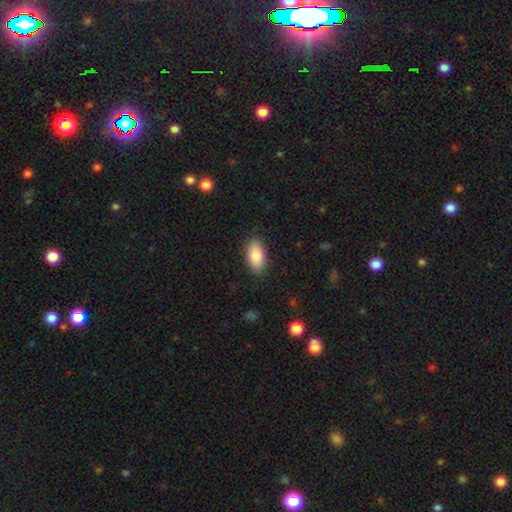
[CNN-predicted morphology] smooth-or-featured: smooth: 87% | star or artifact: 6% | featured or disk: 6%
  how-rounded: in between: 93% | cigar-shaped: 4% | round: 3%
  merging: none: 86% | minor disturbance: 10% | major disturbance: 3% | merger: 1%